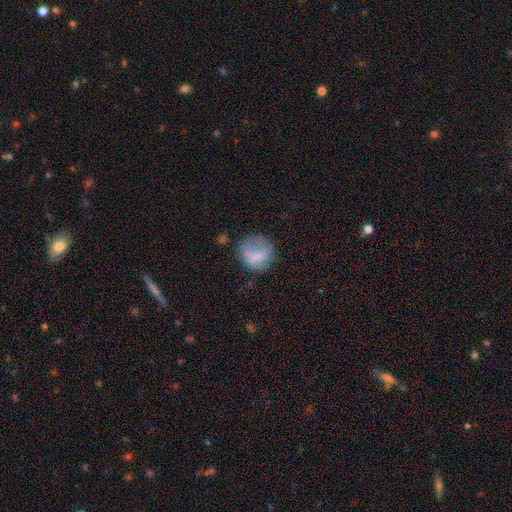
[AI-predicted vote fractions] Smooth or featured: smooth — 71% (featured or disk — 20%)
How rounded: round — 82% (in between — 17%)
Merging: none — 51% (minor disturbance — 25%)